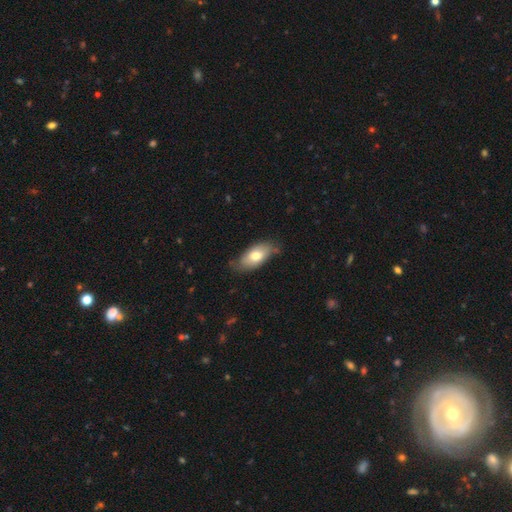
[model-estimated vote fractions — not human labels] A smooth galaxy with no disk features (67%) that is in between round and cigar-shaped (91%).

Vote fractions:
- Smooth or featured? smooth: 67% / featured or disk: 26% / star or artifact: 6%
- How rounded? in between: 91% / cigar-shaped: 5% / round: 4%
- Merging? none: 63% / minor disturbance: 29% / major disturbance: 6% / merger: 2%